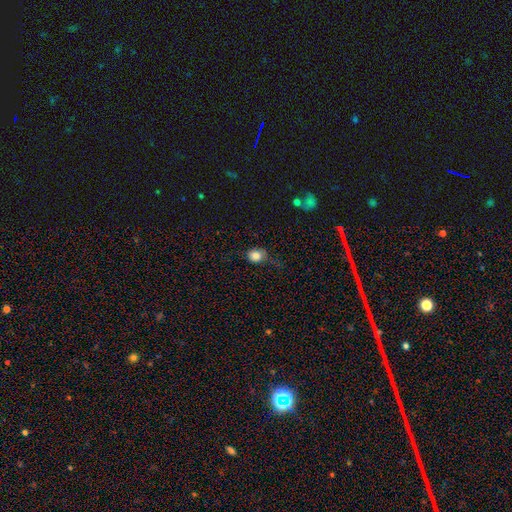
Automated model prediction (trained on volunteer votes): The model was most divided on "merging": none: 58%, minor disturbance: 28%, major disturbance: 11%, merger: 3%. More confident: smooth or featured — smooth (81%); how rounded — round (69%).